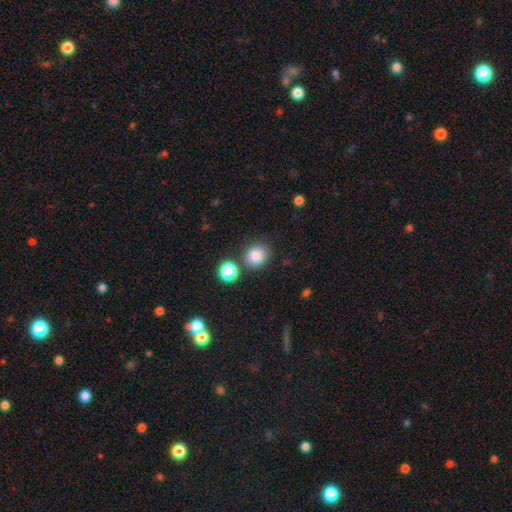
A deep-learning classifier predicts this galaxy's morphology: Overall: smooth (84%). How rounded: round (85%). Merging: none (77%).